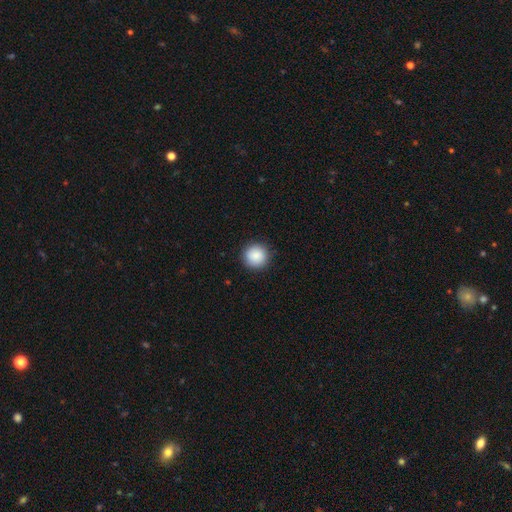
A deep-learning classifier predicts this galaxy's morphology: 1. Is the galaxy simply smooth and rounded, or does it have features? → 89% smooth, 8% star or artifact, 4% featured or disk.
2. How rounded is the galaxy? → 95% round, 4% in between, 1% cigar-shaped.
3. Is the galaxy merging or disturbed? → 91% none, 6% minor disturbance, 2% major disturbance, 1% merger.